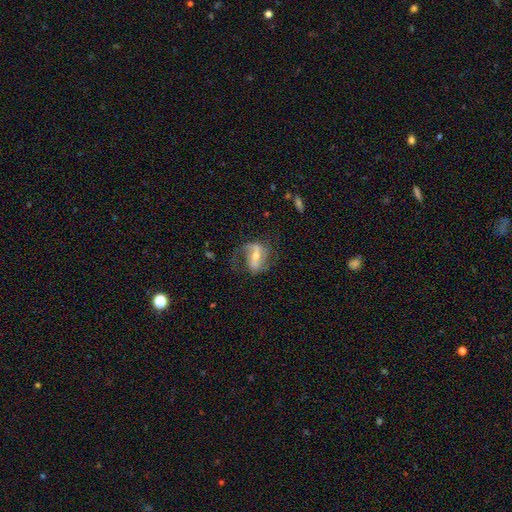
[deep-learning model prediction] Morphology: type=featured or disk (79%); edge-on=no (95%); bar=strong (54%); spiral arms=yes (89%); winding=loose (50%); arm count=2 (76%); bulge=moderate (52%); merging=none (57%).